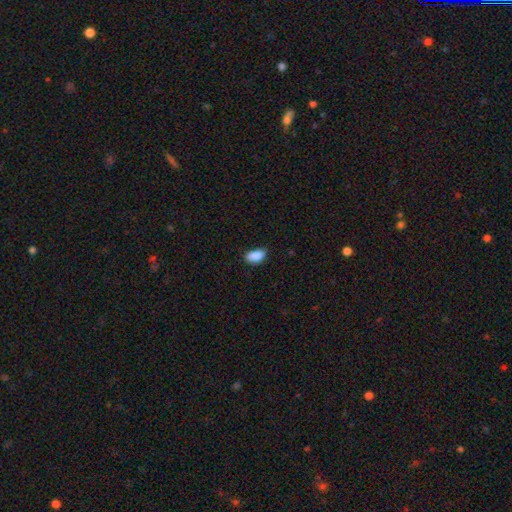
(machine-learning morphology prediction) Smooth or featured?
  - smooth: 88% *
  - star or artifact: 8%
  - featured or disk: 4%
How rounded?
  - in between: 92% *
  - round: 5%
  - cigar-shaped: 3%
Merging?
  - none: 70% *
  - minor disturbance: 25%
  - major disturbance: 4%
  - merger: 2%